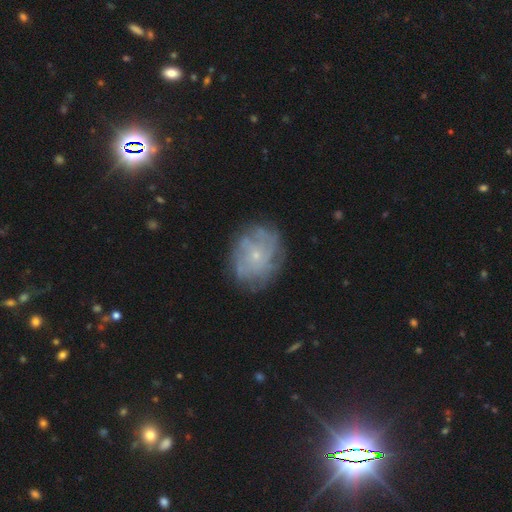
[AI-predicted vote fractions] Smooth or featured: featured or disk — 63% (smooth — 28%)
Edge-on disk: no — 97% (yes — 3%)
Bar: no — 85% (weak — 13%)
Spiral arms: yes — 68% (no — 32%)
Bulge size: small — 81% (moderate — 14%)
Merging: none — 75% (minor disturbance — 17%)